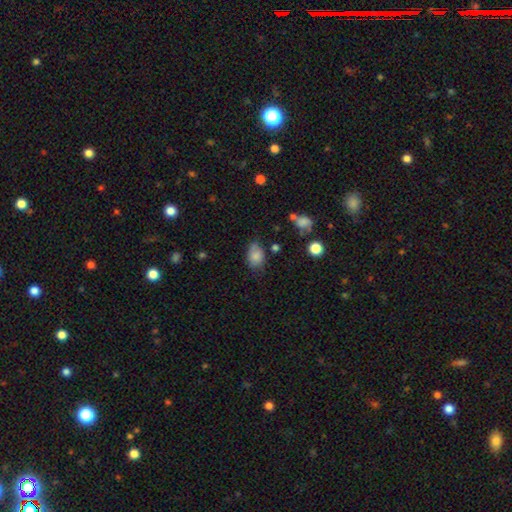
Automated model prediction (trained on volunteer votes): This is likely a smooth galaxy (79%). How rounded: clearly in between (80%). Merging: possibly none (54%).